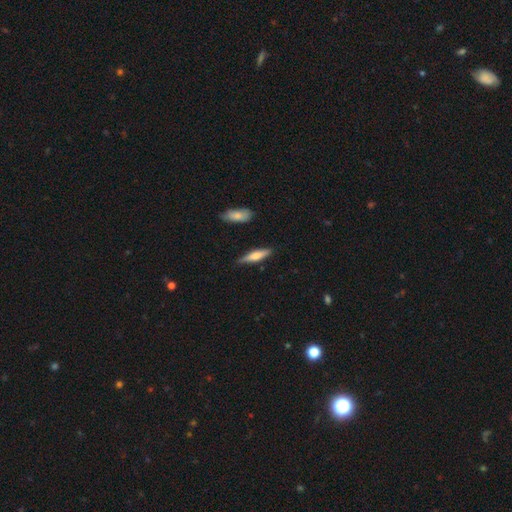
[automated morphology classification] Smooth or featured? smooth (55%)
How rounded? cigar-shaped (73%)
Merging? none (84%)